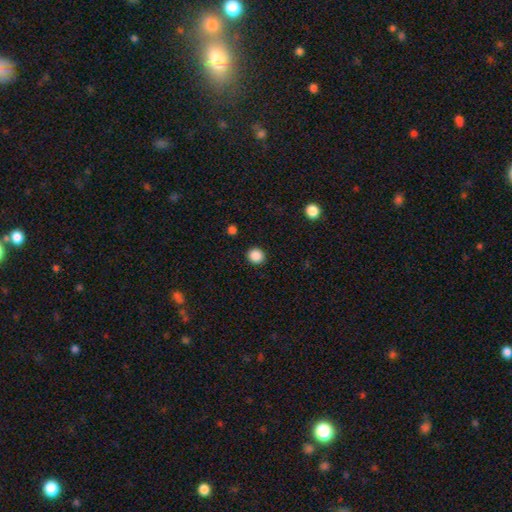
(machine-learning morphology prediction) This appears to be a smooth galaxy with no disk features (88%) that is round (88%). Merging: none (92%).